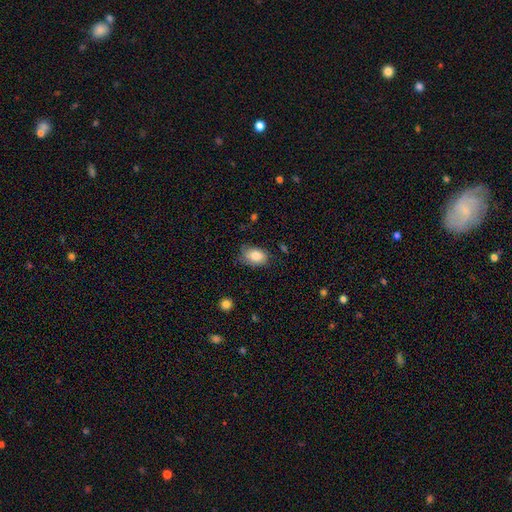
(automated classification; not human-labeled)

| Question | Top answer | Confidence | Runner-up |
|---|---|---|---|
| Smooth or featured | smooth | 84% | featured or disk (8%) |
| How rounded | in between | 84% | round (15%) |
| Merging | none | 68% | minor disturbance (25%) |